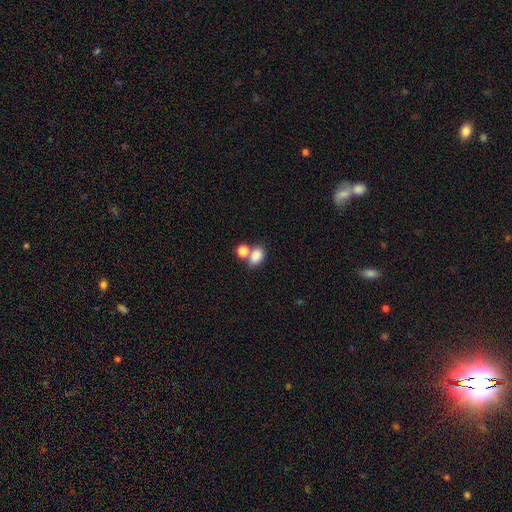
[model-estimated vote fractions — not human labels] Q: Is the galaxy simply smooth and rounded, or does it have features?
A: smooth — 83%.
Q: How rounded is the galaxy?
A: in between — 76%.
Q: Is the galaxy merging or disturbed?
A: none — 44%.